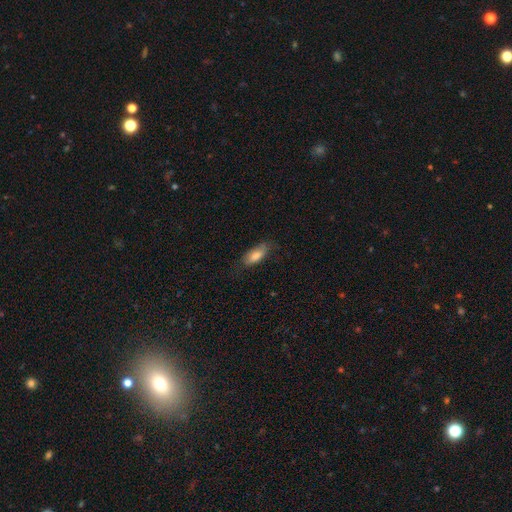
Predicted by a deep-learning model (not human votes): Smooth or featured? smooth (75%)
How rounded? in between (76%)
Merging? none (69%)